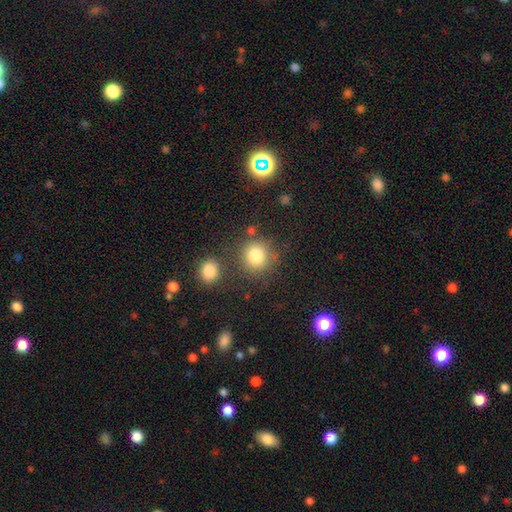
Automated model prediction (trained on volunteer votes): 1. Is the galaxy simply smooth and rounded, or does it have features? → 83% smooth, 11% star or artifact, 6% featured or disk.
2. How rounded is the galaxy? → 87% round, 12% in between, 1% cigar-shaped.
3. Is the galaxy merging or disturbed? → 73% none, 11% merger, 11% minor disturbance, 5% major disturbance.